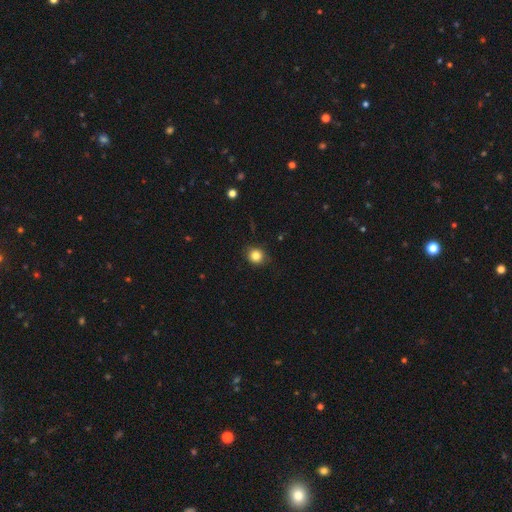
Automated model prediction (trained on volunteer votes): smooth_or_featured: smooth (p=0.84) [alt: star or artifact p=0.11]
how_rounded: round (p=0.83) [alt: in between p=0.16]
merging: none (p=0.86) [alt: minor disturbance p=0.11]